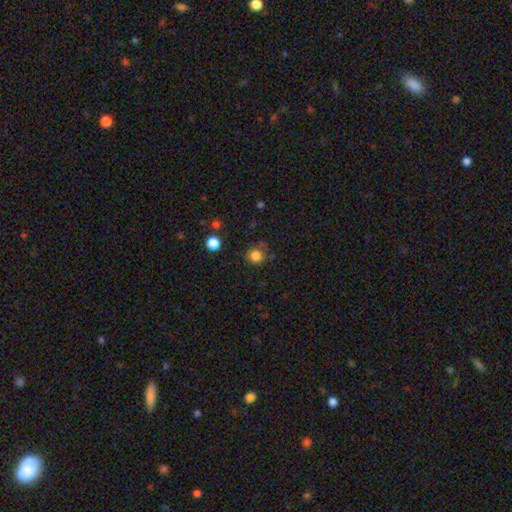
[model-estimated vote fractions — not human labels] Smooth or featured? smooth (83%)
How rounded? round (91%)
Merging? none (77%)